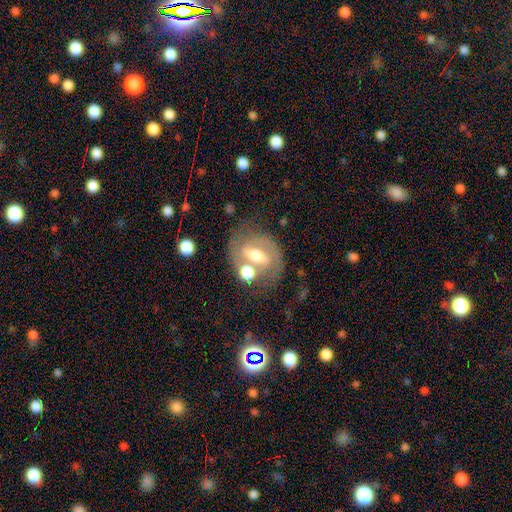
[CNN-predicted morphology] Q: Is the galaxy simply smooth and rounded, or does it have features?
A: featured or disk — 75%.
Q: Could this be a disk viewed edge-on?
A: no — 95%.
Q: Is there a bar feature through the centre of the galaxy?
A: strong — 43%.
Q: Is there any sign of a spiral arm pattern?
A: yes — 81%.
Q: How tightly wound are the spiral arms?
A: medium — 46%.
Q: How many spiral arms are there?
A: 2 — 80%.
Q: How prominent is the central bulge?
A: moderate — 62%.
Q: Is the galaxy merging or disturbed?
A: none — 56%.